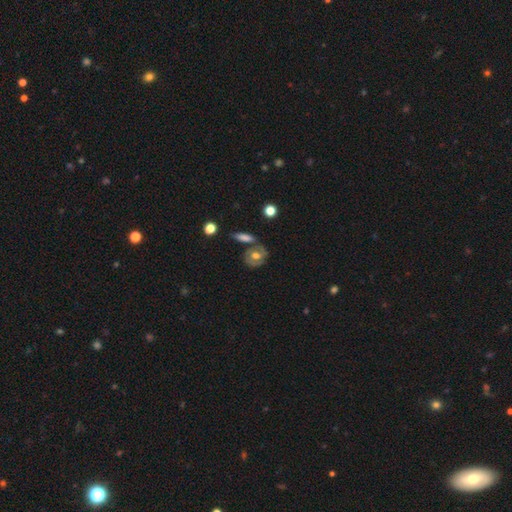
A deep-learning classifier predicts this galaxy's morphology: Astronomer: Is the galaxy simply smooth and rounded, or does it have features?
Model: featured or disk — 52% (runner-up: smooth, 40%).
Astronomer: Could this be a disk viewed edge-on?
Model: no — 90%.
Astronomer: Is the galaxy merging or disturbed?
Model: none — 61%.